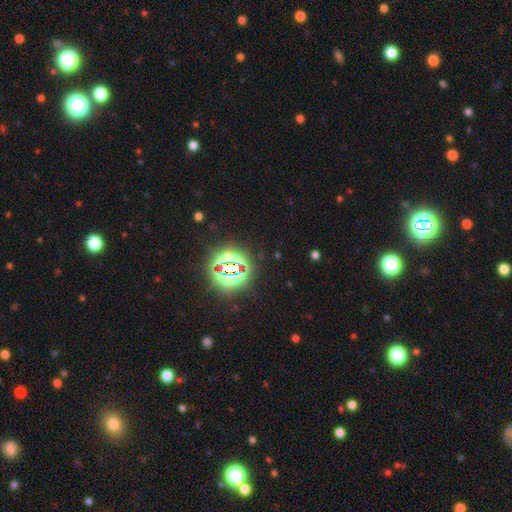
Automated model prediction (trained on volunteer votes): smooth-or-featured: star or artifact: 81% | smooth: 12% | featured or disk: 7%